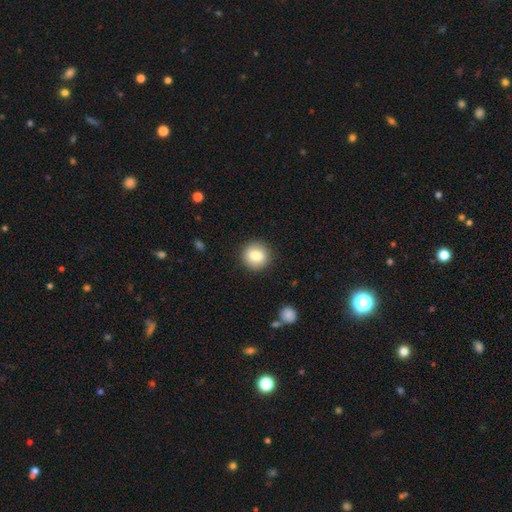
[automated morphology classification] Overall: smooth (83%). How rounded: round (88%). Merging: none (89%).